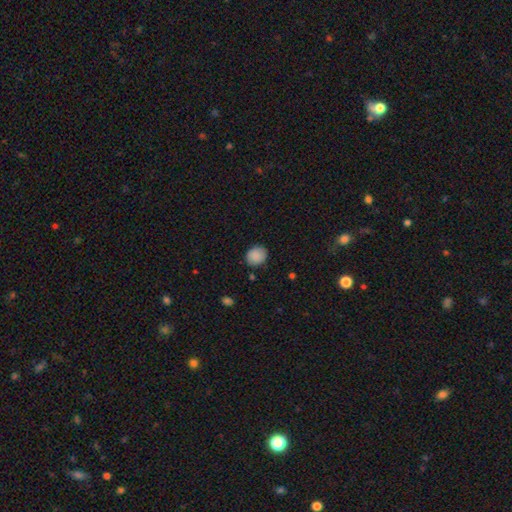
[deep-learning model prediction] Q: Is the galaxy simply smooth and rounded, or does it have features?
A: smooth — 88%.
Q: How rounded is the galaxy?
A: round — 65%.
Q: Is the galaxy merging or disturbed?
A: none — 83%.